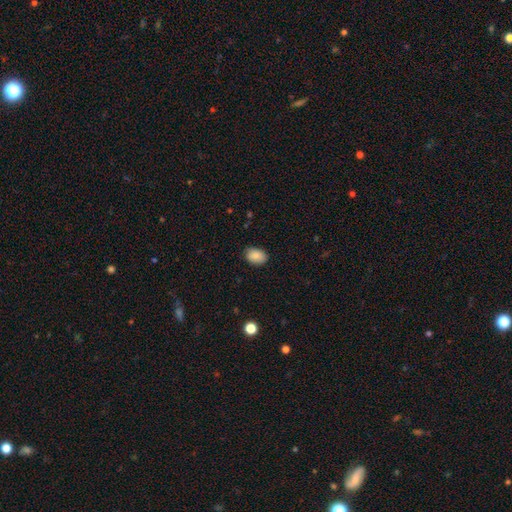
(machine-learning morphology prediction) smooth-or-featured: smooth: 88% | star or artifact: 8% | featured or disk: 4%
  how-rounded: in between: 82% | round: 17% | cigar-shaped: 1%
  merging: none: 84% | minor disturbance: 13% | major disturbance: 3% | merger: 1%